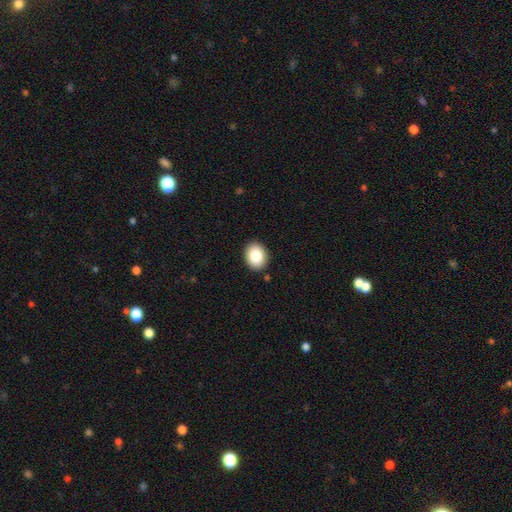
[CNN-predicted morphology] This is clearly a smooth galaxy (85%). How rounded: possibly in between (55%). Merging: clearly none (90%).